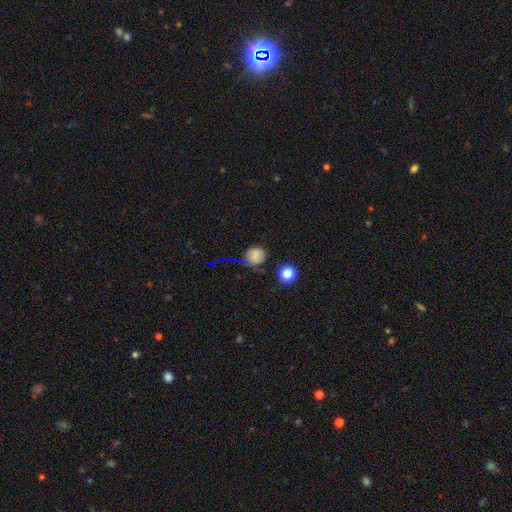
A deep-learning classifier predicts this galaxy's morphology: smooth_or_featured: smooth (p=0.66) [alt: star or artifact p=0.22]
how_rounded: round (p=0.83) [alt: in between p=0.16]
merging: none (p=0.66) [alt: minor disturbance p=0.20]